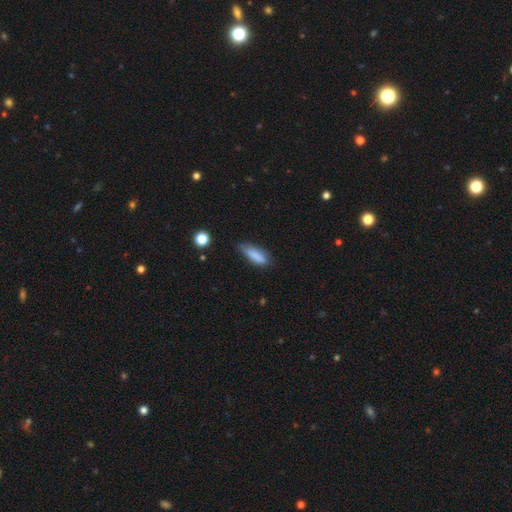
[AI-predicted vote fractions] The model was most divided on "how rounded": cigar-shaped: 51%, in between: 47%, round: 2%. More confident: smooth or featured — smooth (83%); merging — none (62%).